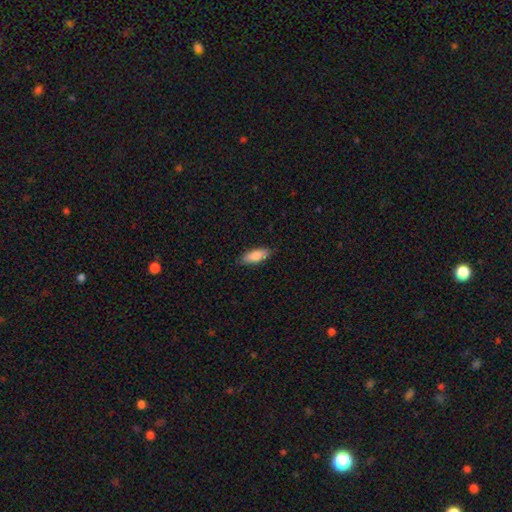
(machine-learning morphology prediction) smooth-or-featured: smooth: 83% | featured or disk: 11% | star or artifact: 6%
  how-rounded: in between: 74% | cigar-shaped: 24% | round: 2%
  merging: none: 85% | minor disturbance: 12% | major disturbance: 2% | merger: 1%